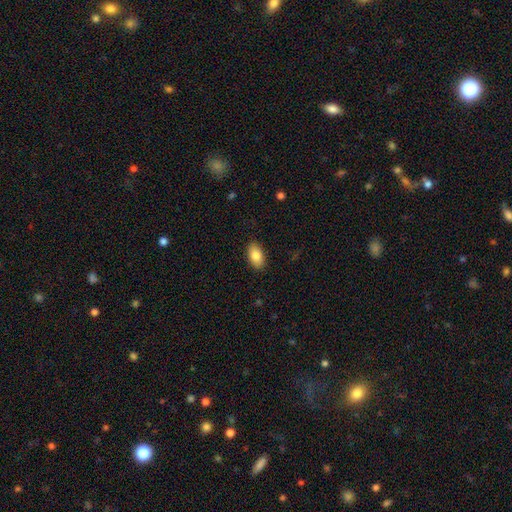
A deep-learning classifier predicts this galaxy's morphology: Overall: smooth (85%). How rounded: in between (93%). Merging: none (88%).